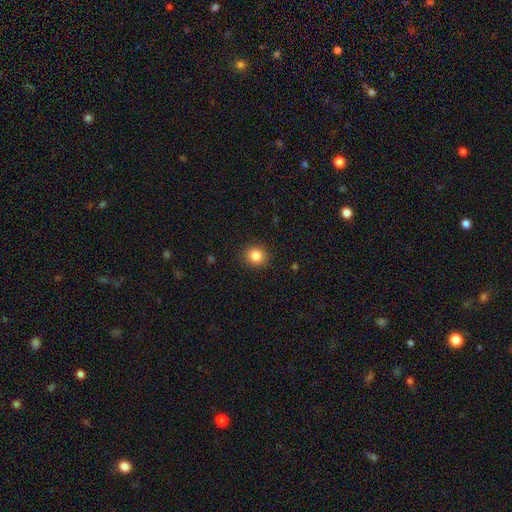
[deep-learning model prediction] A smooth galaxy with no disk features (84%) that is round (85%). Merging: none (91%).